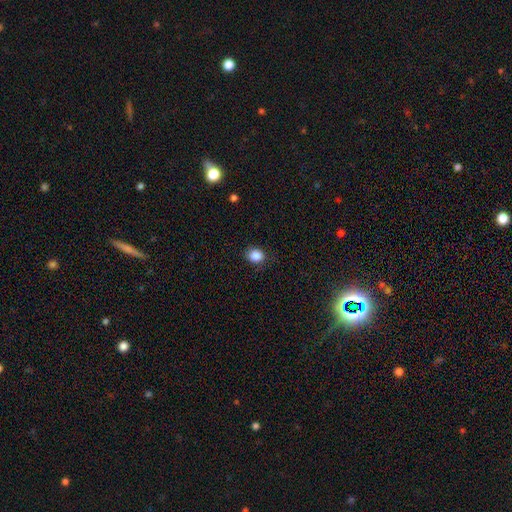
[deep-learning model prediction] Morphology: type=smooth (86%); roundness=round (63%); merging=none (83%).